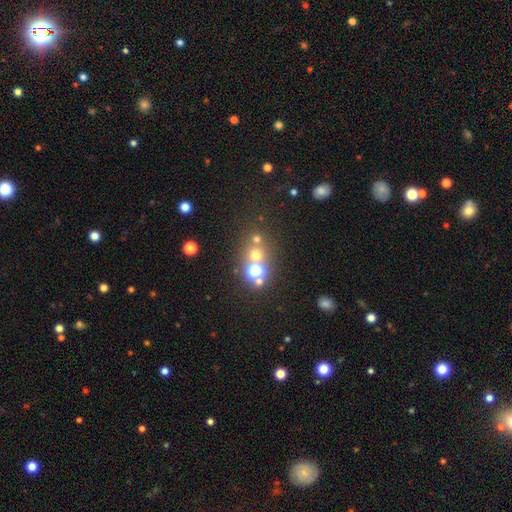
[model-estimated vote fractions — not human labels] Smooth or featured? smooth (53%)
How rounded? round (88%)
Merging? none (63%)